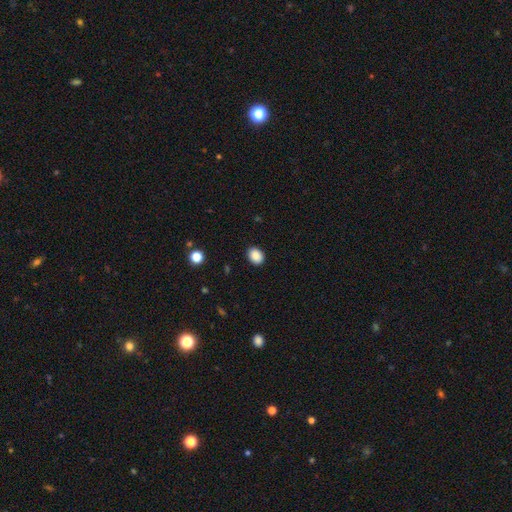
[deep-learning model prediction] smooth_or_featured: smooth (p=0.89) [alt: star or artifact p=0.09]
how_rounded: in between (p=0.65) [alt: round p=0.34]
merging: none (p=0.89) [alt: minor disturbance p=0.08]